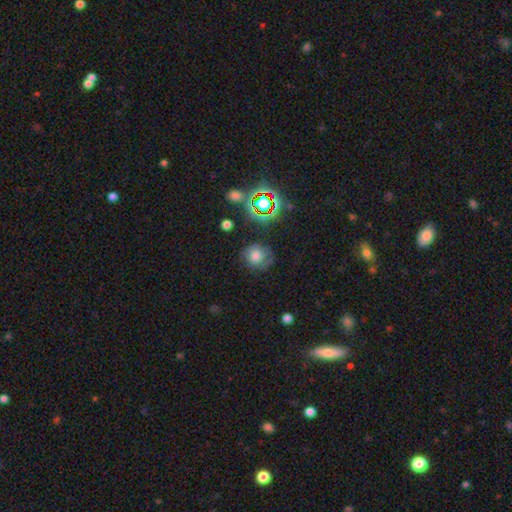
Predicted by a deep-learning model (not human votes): The model was most divided on "smooth or featured": smooth: 62%, featured or disk: 20%, star or artifact: 18%. More confident: how rounded — round (85%); merging — none (68%).